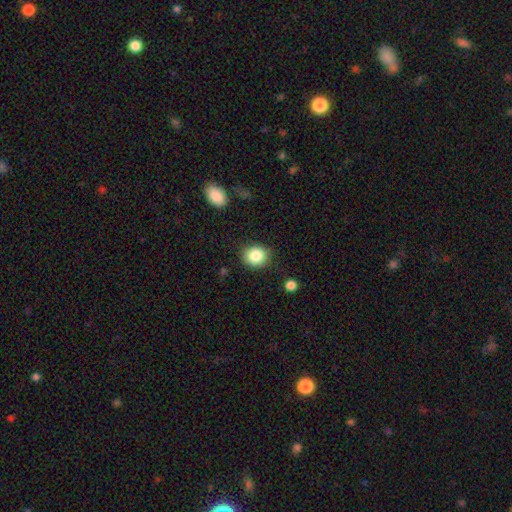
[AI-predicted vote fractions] A smooth galaxy with no disk features (85%) that is round (74%).

Vote fractions:
- Smooth or featured? smooth: 85% / star or artifact: 9% / featured or disk: 6%
- How rounded? round: 74% / in between: 25% / cigar-shaped: 1%
- Merging? none: 85% / minor disturbance: 11% / major disturbance: 3% / merger: 2%